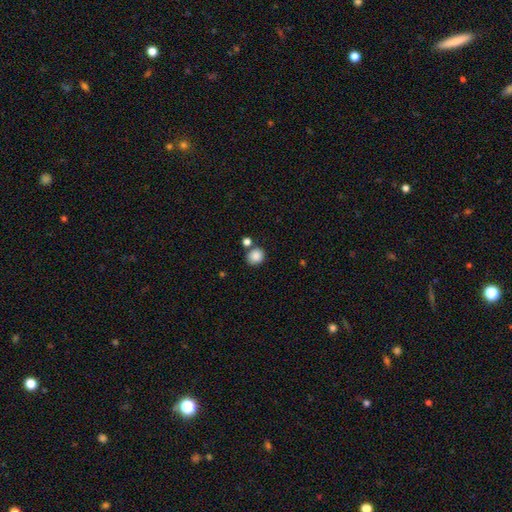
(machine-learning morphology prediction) A smooth galaxy with no disk features (86%) that is round (77%).

Vote fractions:
- Smooth or featured? smooth: 86% / star or artifact: 9% / featured or disk: 5%
- How rounded? round: 77% / in between: 22% / cigar-shaped: 1%
- Merging? none: 69% / merger: 15% / minor disturbance: 12% / major disturbance: 4%